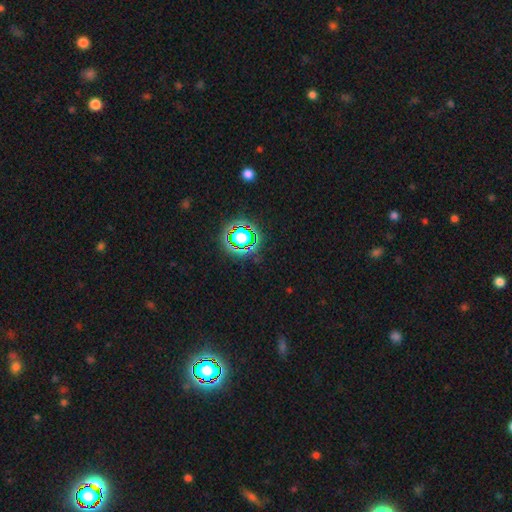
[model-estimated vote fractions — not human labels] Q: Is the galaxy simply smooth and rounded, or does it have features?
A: star or artifact — 79%.